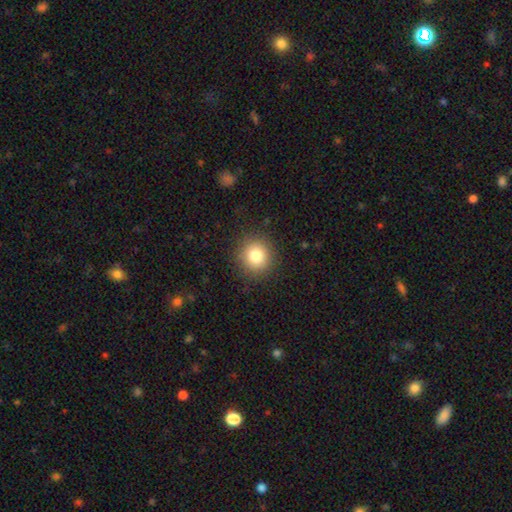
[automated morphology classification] Overall: smooth (81%). How rounded: round (91%). Merging: none (89%).